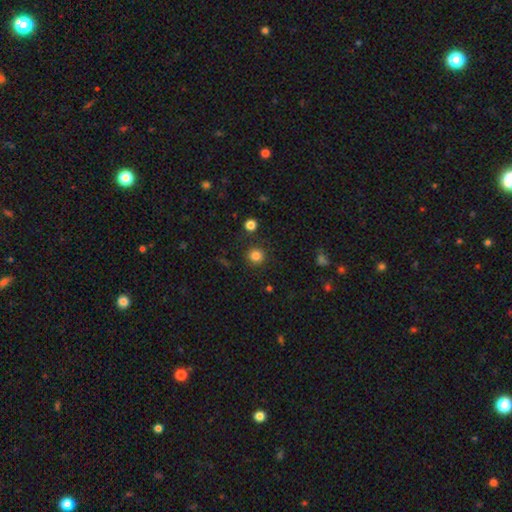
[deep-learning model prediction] smooth_or_featured: smooth (p=0.84) [alt: star or artifact p=0.12]
how_rounded: round (p=0.93) [alt: in between p=0.06]
merging: none (p=0.88) [alt: minor disturbance p=0.07]